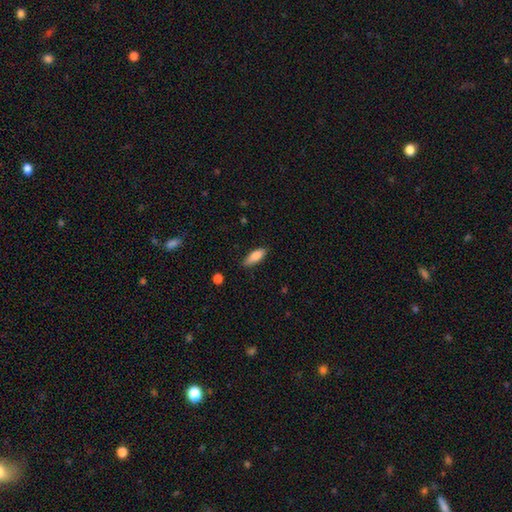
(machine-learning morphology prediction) smooth 81%, featured or disk 12%, star or artifact 7%. Down the decision tree: how rounded — in between (68%); merging — none (77%).